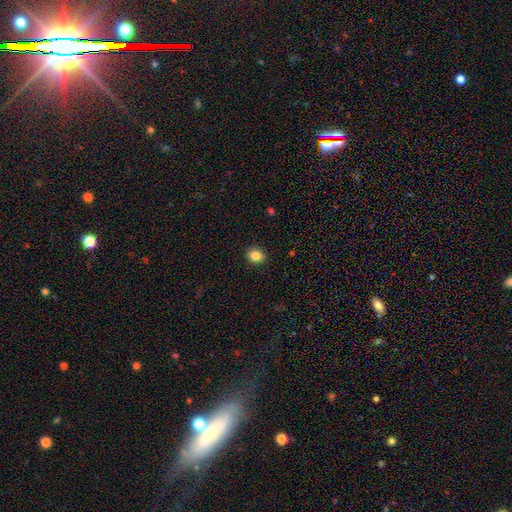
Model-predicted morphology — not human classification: Smooth or featured: smooth — 85% (star or artifact — 10%)
How rounded: round — 72% (in between — 28%)
Merging: none — 91% (minor disturbance — 6%)